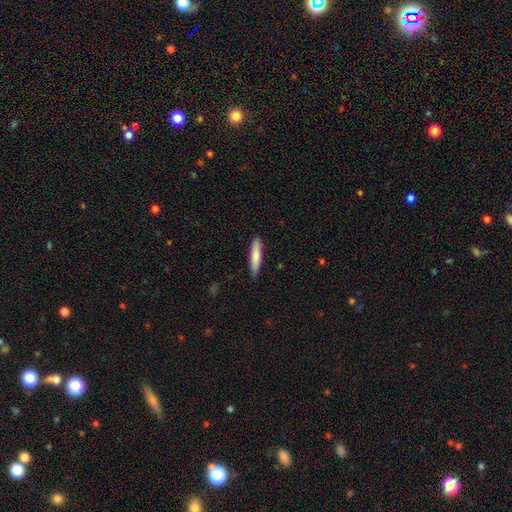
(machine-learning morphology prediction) smooth_or_featured: smooth (p=0.81) [alt: featured or disk p=0.14]
how_rounded: cigar-shaped (p=0.84) [alt: in between p=0.14]
merging: none (p=0.86) [alt: minor disturbance p=0.12]